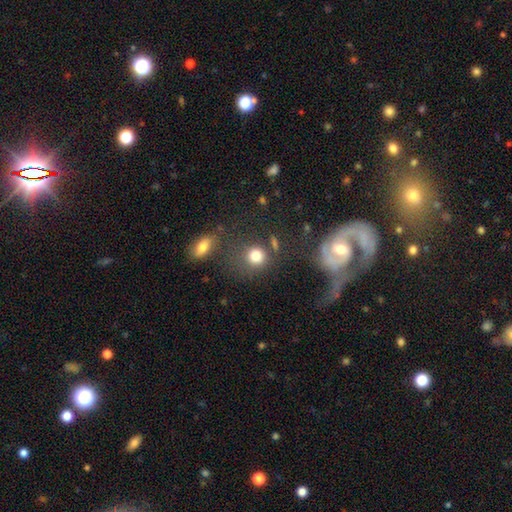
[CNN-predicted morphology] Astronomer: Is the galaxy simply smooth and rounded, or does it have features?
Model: smooth — 79%.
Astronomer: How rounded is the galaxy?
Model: round — 81%.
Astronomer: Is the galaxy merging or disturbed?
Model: none — 63%.